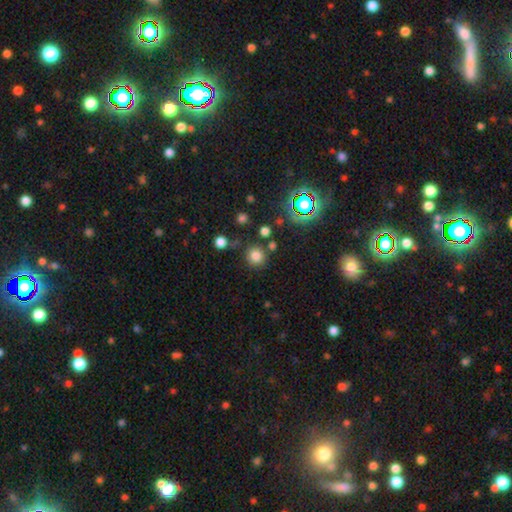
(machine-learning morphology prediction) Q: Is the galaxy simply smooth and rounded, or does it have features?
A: smooth — 78%.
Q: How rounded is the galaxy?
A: round — 91%.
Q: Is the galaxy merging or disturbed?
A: none — 78%.